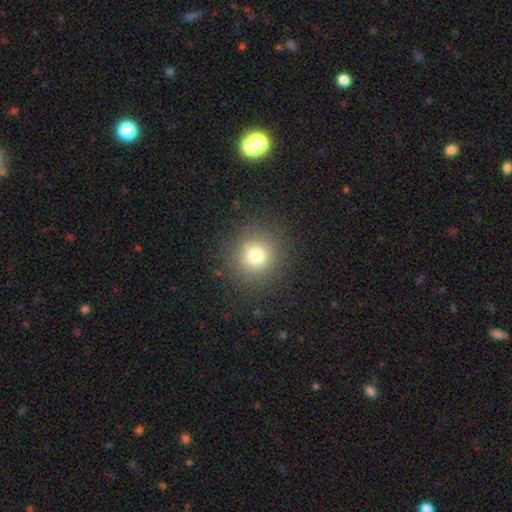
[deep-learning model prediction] Q: Smooth or featured?
A: smooth (73%); runner-up: star or artifact (17%)
Q: How rounded?
A: round (93%); runner-up: in between (6%)
Q: Merging?
A: none (87%); runner-up: minor disturbance (8%)